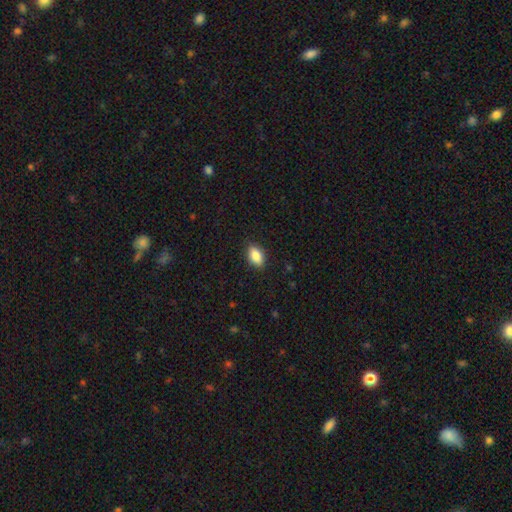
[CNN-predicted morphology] This appears to be a smooth galaxy with no disk features (87%) that is in between round and cigar-shaped (91%). Merging: none (88%).